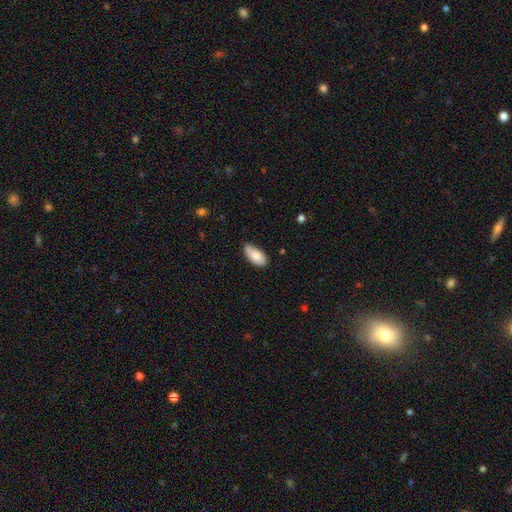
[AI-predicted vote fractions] Smooth or featured?
  - smooth: 84% *
  - featured or disk: 9%
  - star or artifact: 6%
How rounded?
  - in between: 92% *
  - cigar-shaped: 6%
  - round: 2%
Merging?
  - none: 67% *
  - minor disturbance: 27%
  - major disturbance: 4%
  - merger: 2%